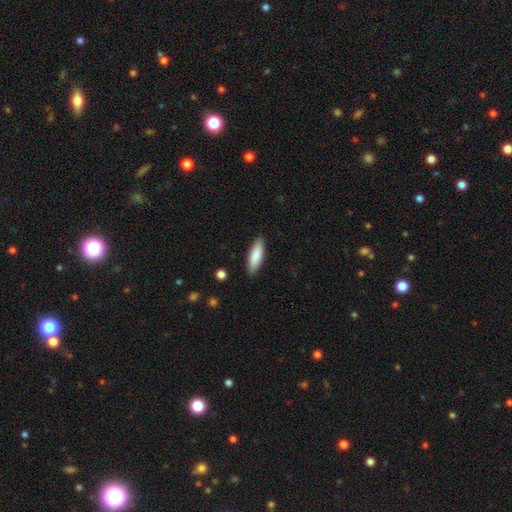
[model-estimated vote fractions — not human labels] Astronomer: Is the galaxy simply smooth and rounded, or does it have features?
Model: smooth — 82%.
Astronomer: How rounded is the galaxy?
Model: cigar-shaped — 51% (runner-up: in between, 48%).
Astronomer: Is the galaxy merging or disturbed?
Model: none — 89%.